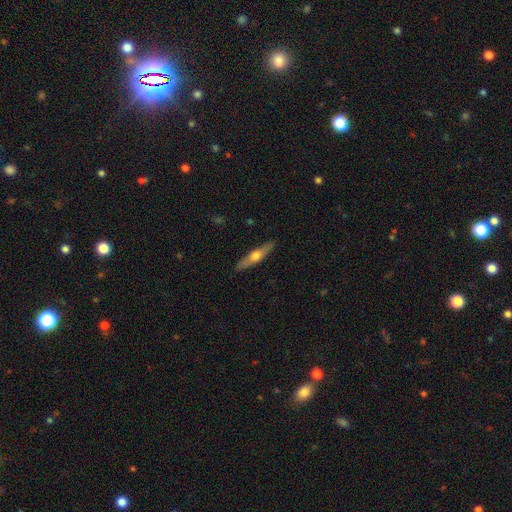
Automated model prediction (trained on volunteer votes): A featured or disk galaxy (53%) viewed edge-on (91%). Merging: none (89%).